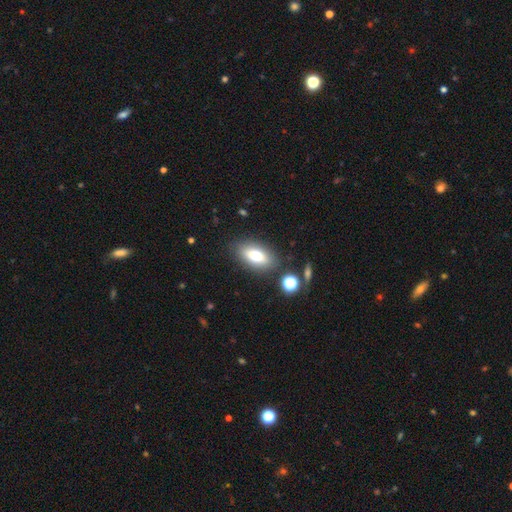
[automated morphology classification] type=smooth (73%); roundness=in between (85%); merging=none (82%).